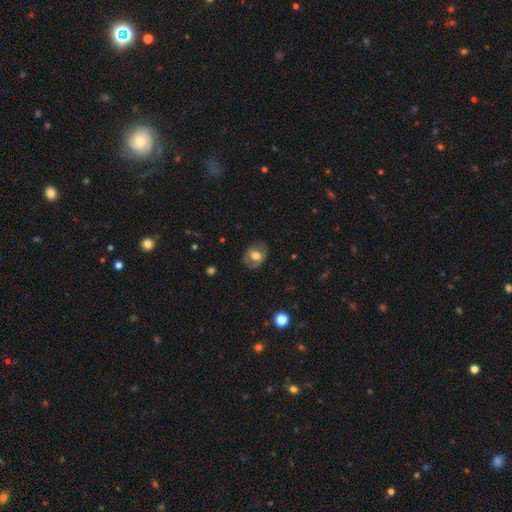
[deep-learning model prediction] The model was most divided on "how rounded": in between: 51%, round: 48%, cigar-shaped: 1%. More confident: merging — none (77%); smooth or featured — smooth (60%).